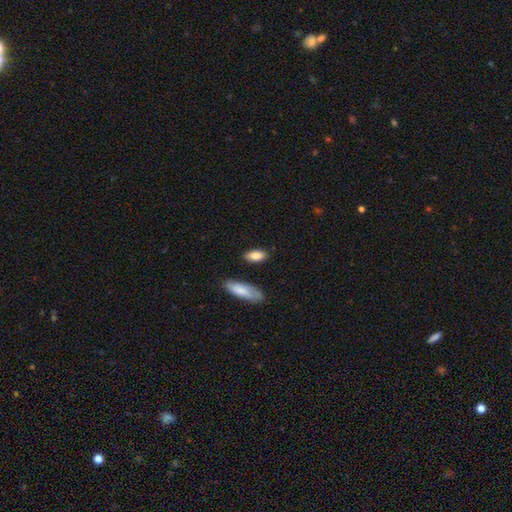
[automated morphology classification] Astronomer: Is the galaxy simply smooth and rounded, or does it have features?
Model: smooth — 85%.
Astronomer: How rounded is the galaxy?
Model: in between — 81%.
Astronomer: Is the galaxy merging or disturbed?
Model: none — 83%.